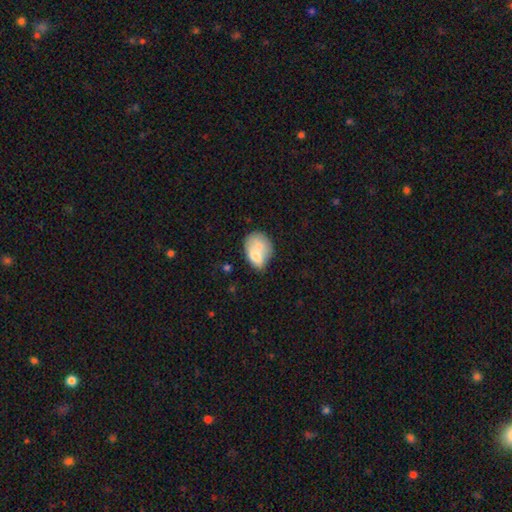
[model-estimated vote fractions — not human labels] Smooth or featured? smooth (67%)
How rounded? in between (72%)
Merging? merger (56%)